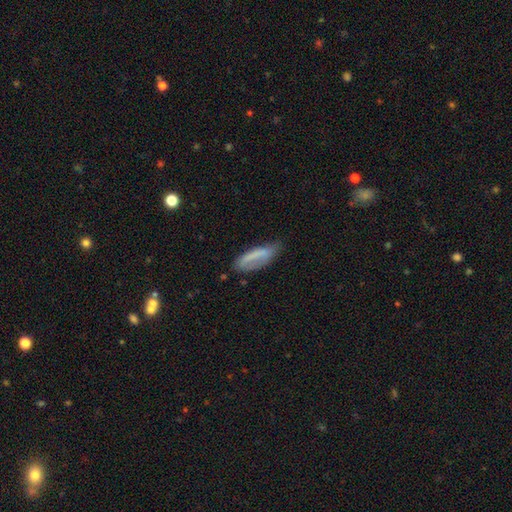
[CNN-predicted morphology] A smooth galaxy with no disk features (62%) that is cigar-shaped (49%, tied with in between). Merging: none (55%).